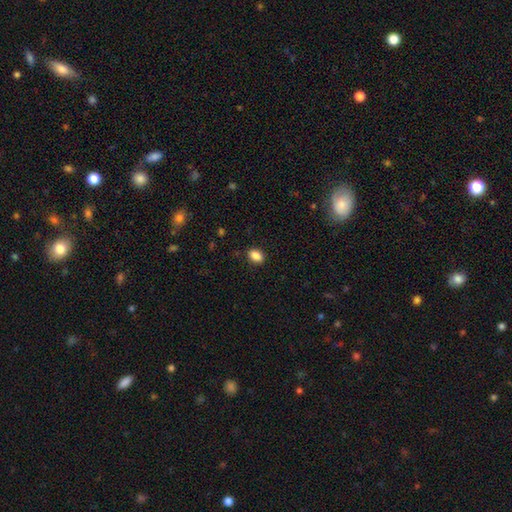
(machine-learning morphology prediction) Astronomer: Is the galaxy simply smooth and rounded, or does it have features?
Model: smooth — 87%.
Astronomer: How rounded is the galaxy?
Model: in between — 79%.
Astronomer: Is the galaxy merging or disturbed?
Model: none — 87%.